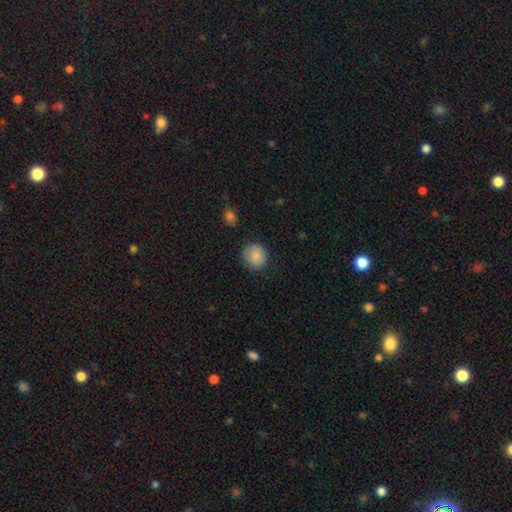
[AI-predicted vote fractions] A smooth galaxy with no disk features (85%) that is round (88%). Merging: none (82%).